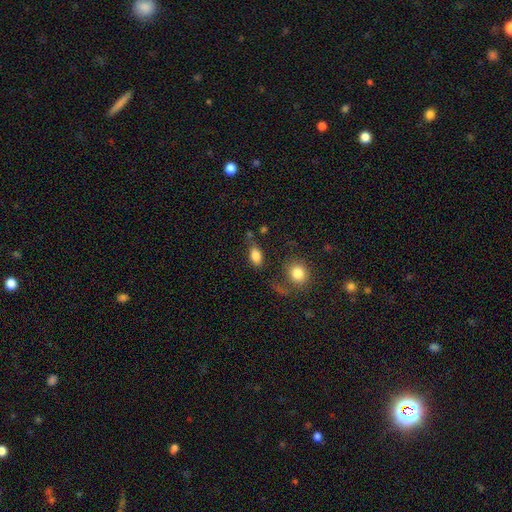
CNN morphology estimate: The model was most divided on "merging": none: 64%, minor disturbance: 18%, merger: 10%, major disturbance: 9%. More confident: how rounded — in between (87%); smooth or featured — smooth (85%).